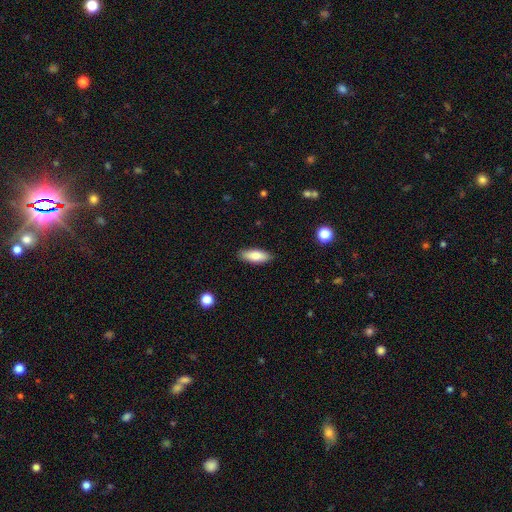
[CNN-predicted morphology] A smooth galaxy with no disk features (80%) that is in between round and cigar-shaped (70%).

Vote fractions:
- Smooth or featured? smooth: 80% / featured or disk: 13% / star or artifact: 6%
- How rounded? in between: 70% / cigar-shaped: 28% / round: 2%
- Merging? none: 87% / minor disturbance: 10% / major disturbance: 2% / merger: 1%